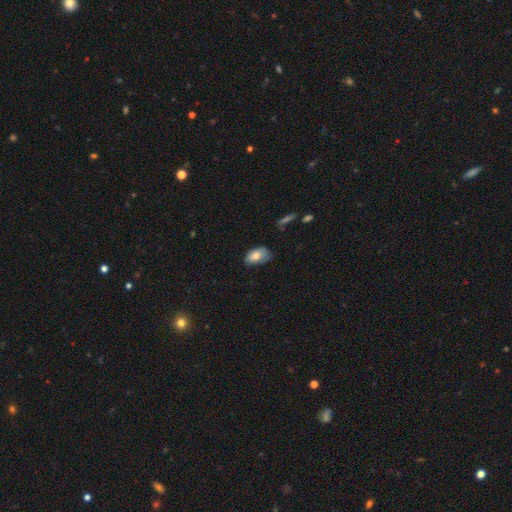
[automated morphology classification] smooth-or-featured: smooth: 76% | featured or disk: 16% | star or artifact: 7%
  how-rounded: in between: 91% | round: 7% | cigar-shaped: 2%
  merging: none: 52% | minor disturbance: 36% | major disturbance: 10% | merger: 2%